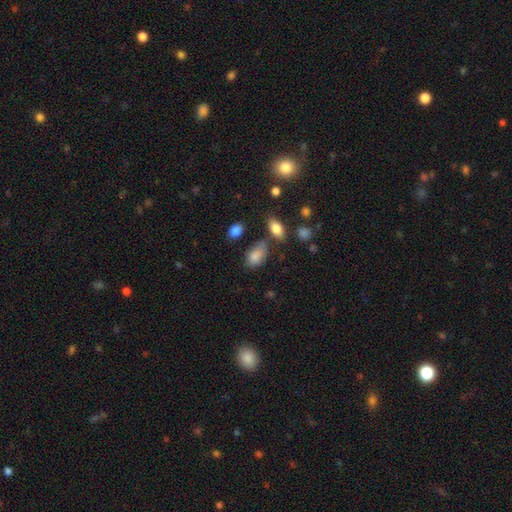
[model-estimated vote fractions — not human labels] Morphology: type=smooth (84%); roundness=in between (90%); merging=none (55%).